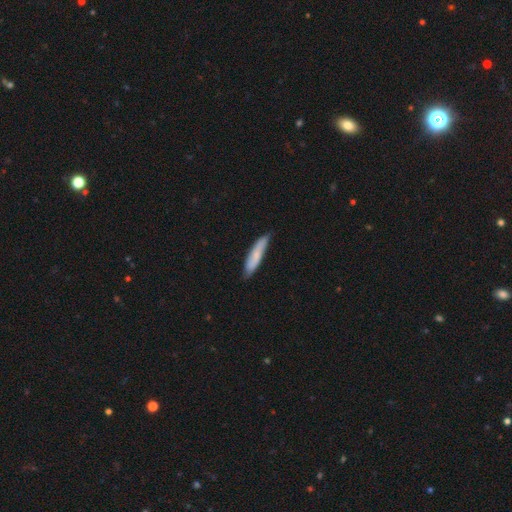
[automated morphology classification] smooth 68%, featured or disk 26%, star or artifact 6%. Down the decision tree: how rounded — cigar-shaped (80%); merging — none (78%).